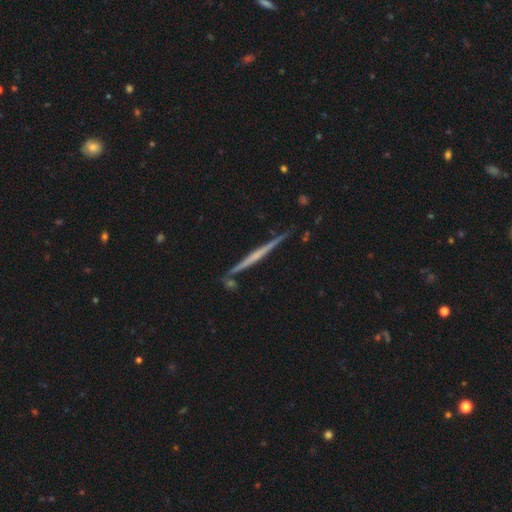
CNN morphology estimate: This is likely a featured or disk galaxy (72%). It is clearly viewed edge-on (98%). Edge-on bulge: possibly none (58%). Merging: clearly none (86%).